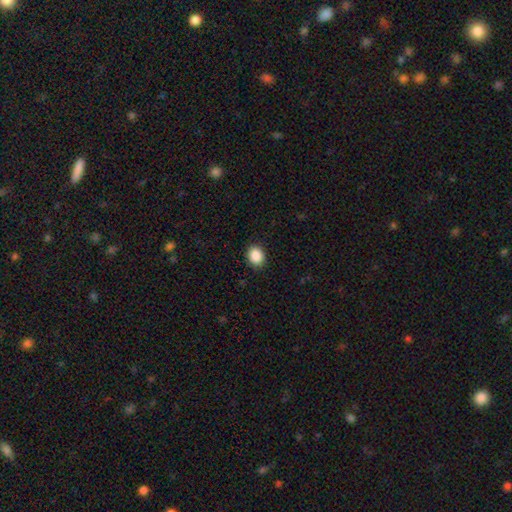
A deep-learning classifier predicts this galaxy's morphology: This is clearly a smooth galaxy (89%). How rounded: possibly in between (50%). Merging: clearly none (90%).